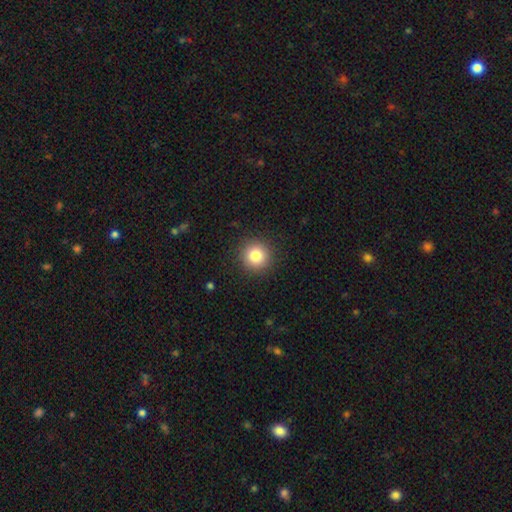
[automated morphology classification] A smooth galaxy with no disk features (83%) that is round (95%).

Vote fractions:
- Smooth or featured? smooth: 83% / star or artifact: 11% / featured or disk: 7%
- How rounded? round: 95% / in between: 4% / cigar-shaped: 1%
- Merging? none: 91% / minor disturbance: 6% / major disturbance: 2% / merger: 1%